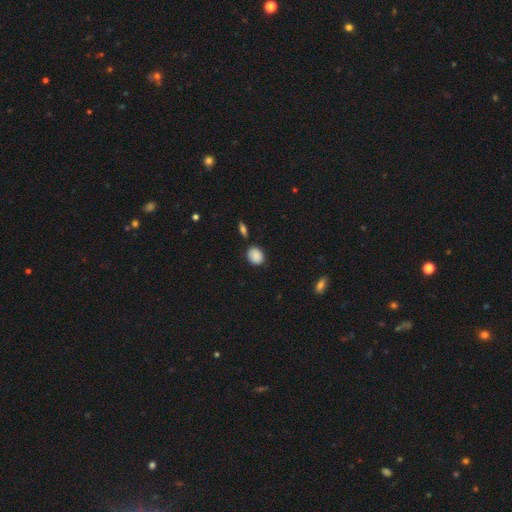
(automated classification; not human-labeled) A smooth galaxy with no disk features (88%) that is round (55%).

Vote fractions:
- Smooth or featured? smooth: 88% / star or artifact: 8% / featured or disk: 4%
- How rounded? round: 55% / in between: 43% / cigar-shaped: 1%
- Merging? none: 78% / minor disturbance: 15% / merger: 4% / major disturbance: 3%